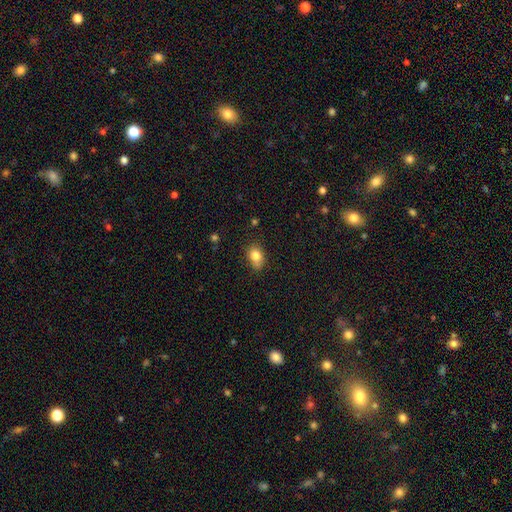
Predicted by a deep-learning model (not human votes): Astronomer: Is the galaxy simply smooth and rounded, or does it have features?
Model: smooth — 82%.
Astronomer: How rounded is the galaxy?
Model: in between — 63%.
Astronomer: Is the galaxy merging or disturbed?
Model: none — 65%.